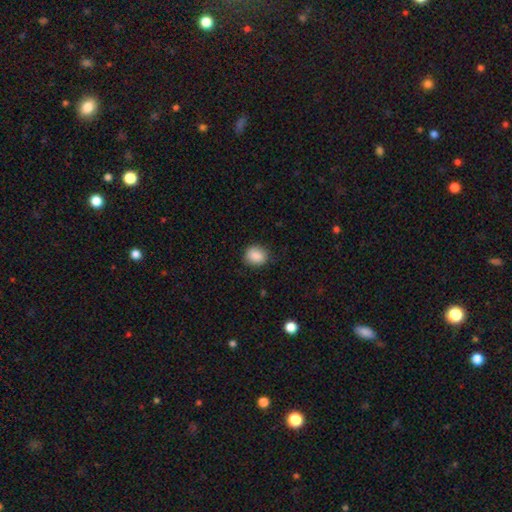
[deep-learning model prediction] smooth-or-featured: smooth: 88% | star or artifact: 8% | featured or disk: 4%
  how-rounded: round: 62% | in between: 37% | cigar-shaped: 1%
  merging: none: 84% | minor disturbance: 12% | major disturbance: 3% | merger: 1%